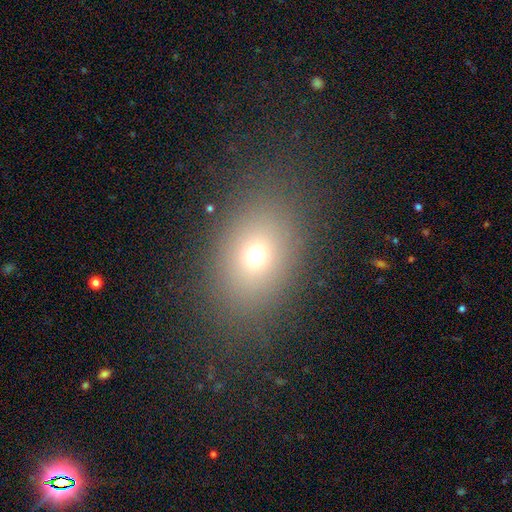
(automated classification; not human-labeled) This appears to be a smooth galaxy with no disk features (69%) that is in between round and cigar-shaped (69%). Merging: none (84%).